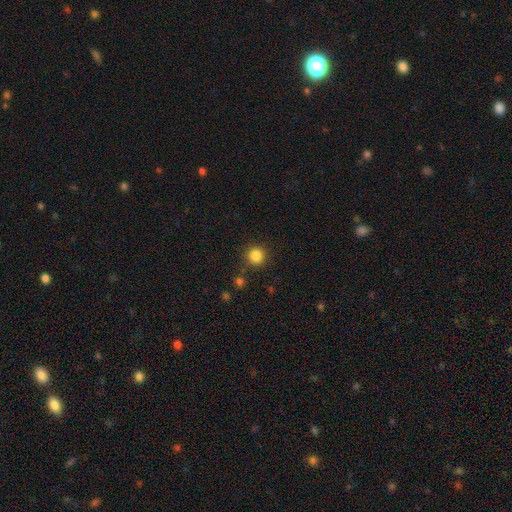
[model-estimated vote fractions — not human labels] Smooth or featured?
  - smooth: 84% *
  - star or artifact: 12%
  - featured or disk: 4%
How rounded?
  - round: 94% *
  - in between: 5%
  - cigar-shaped: 1%
Merging?
  - none: 87% *
  - minor disturbance: 7%
  - merger: 3%
  - major disturbance: 3%